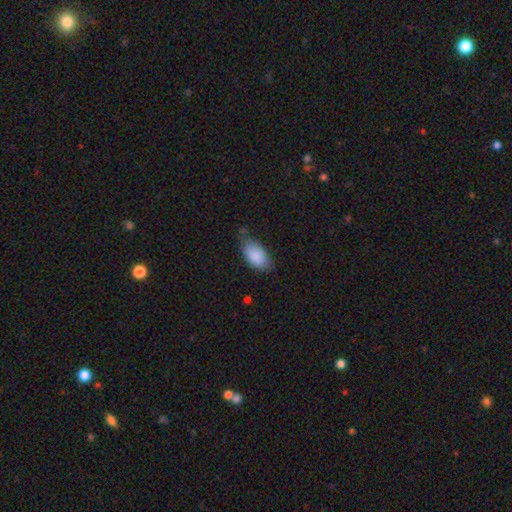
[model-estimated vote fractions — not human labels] A smooth galaxy with no disk features (88%) that is in between round and cigar-shaped (94%).

Vote fractions:
- Smooth or featured? smooth: 88% / star or artifact: 6% / featured or disk: 6%
- How rounded? in between: 94% / round: 3% / cigar-shaped: 3%
- Merging? none: 58% / minor disturbance: 33% / major disturbance: 7% / merger: 2%